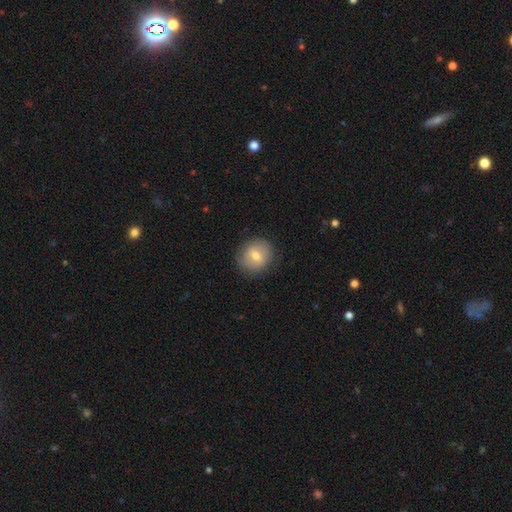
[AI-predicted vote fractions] Smooth or featured?
  - smooth: 71% *
  - featured or disk: 21%
  - star or artifact: 9%
How rounded?
  - round: 79% *
  - in between: 20%
  - cigar-shaped: 1%
Merging?
  - none: 87% *
  - minor disturbance: 9%
  - major disturbance: 3%
  - merger: 1%